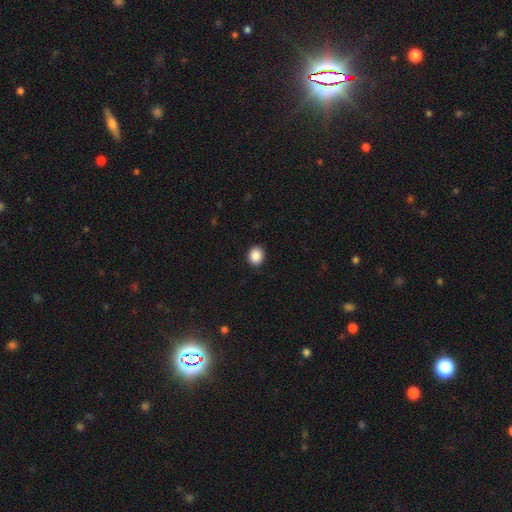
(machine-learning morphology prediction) The model was most divided on "how rounded": round: 61%, in between: 38%, cigar-shaped: 1%. More confident: merging — none (91%); smooth or featured — smooth (89%).